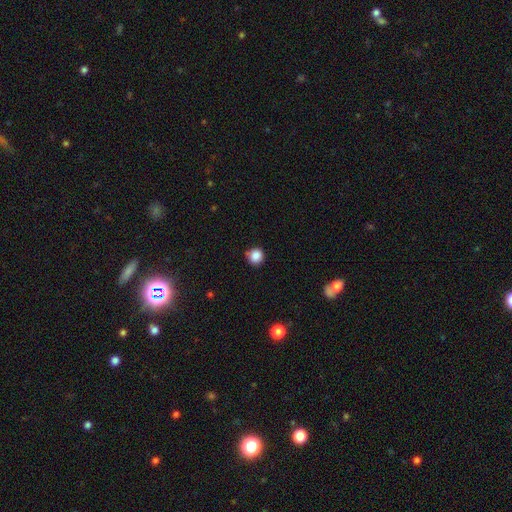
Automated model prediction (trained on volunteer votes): This is clearly a smooth galaxy (86%). How rounded: clearly round (91%). Merging: likely none (78%).